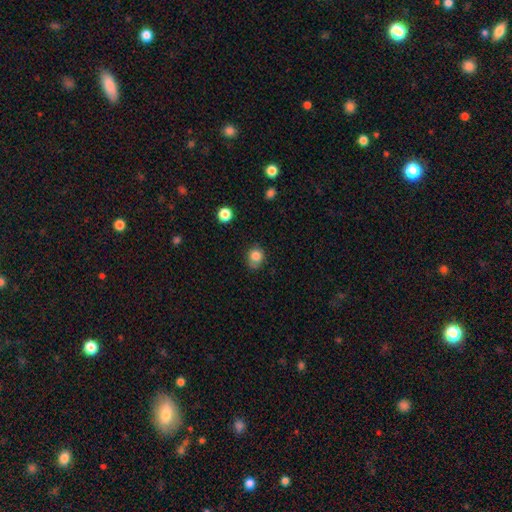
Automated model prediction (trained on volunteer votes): The model was most divided on "merging": none: 66%, minor disturbance: 25%, major disturbance: 6%, merger: 2%. More confident: smooth or featured — smooth (82%); how rounded — round (71%).